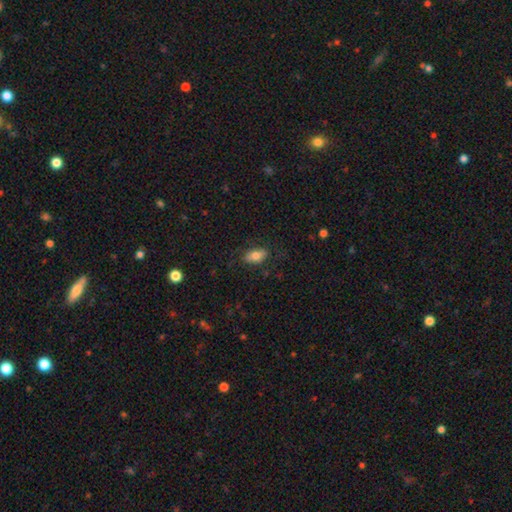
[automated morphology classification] Overall: smooth (75%). How rounded: in between (89%). Merging: none (80%).